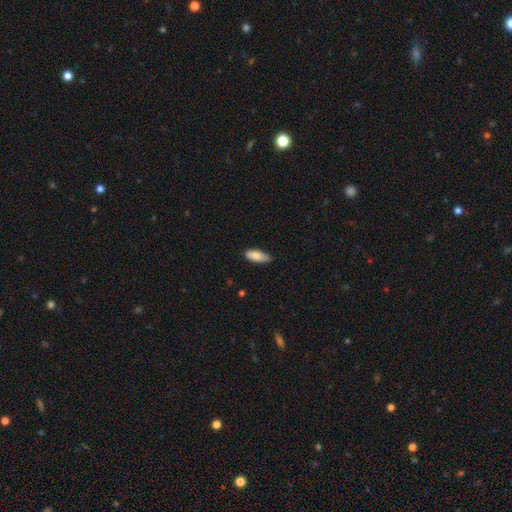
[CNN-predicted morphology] This appears to be a smooth galaxy with no disk features (83%) that is in between round and cigar-shaped (84%). Merging: none (74%).